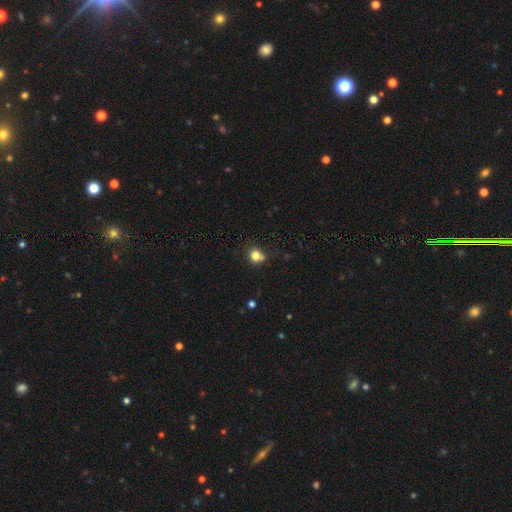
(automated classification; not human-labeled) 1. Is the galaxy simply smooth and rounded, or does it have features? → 78% smooth, 13% star or artifact, 8% featured or disk.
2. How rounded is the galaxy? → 79% round, 20% in between, 1% cigar-shaped.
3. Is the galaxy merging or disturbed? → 61% none, 18% minor disturbance, 15% merger, 6% major disturbance.